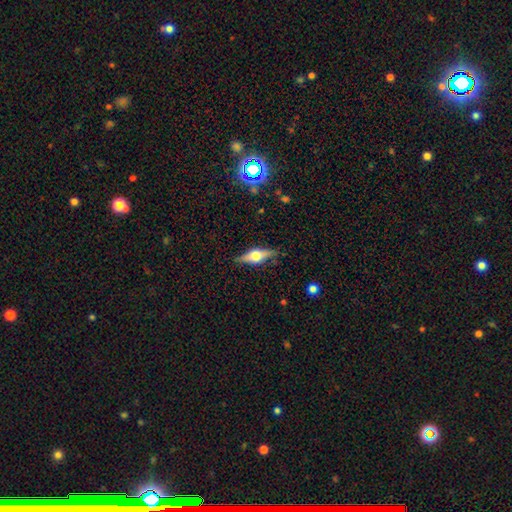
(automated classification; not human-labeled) Overall: featured or disk (62%; smooth 31%). Edge-on disk: yes (94%). Edge-on bulge: rounded (93%). Merging: none (85%).